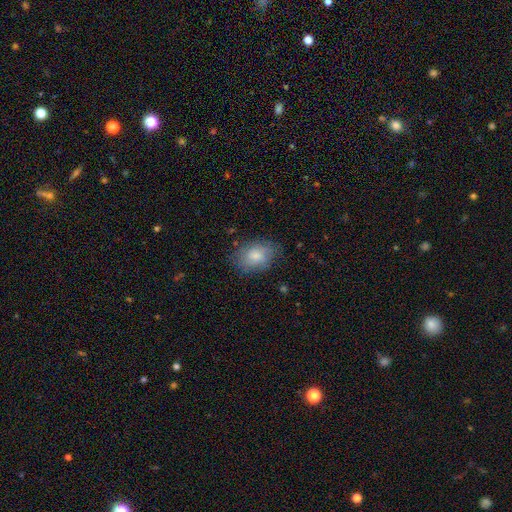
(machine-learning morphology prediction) smooth-or-featured: smooth: 79% | featured or disk: 14% | star or artifact: 7%
  how-rounded: in between: 80% | round: 18% | cigar-shaped: 1%
  merging: none: 74% | minor disturbance: 19% | major disturbance: 6% | merger: 1%